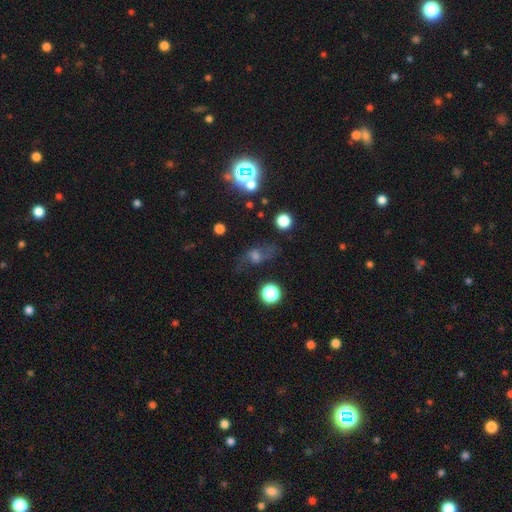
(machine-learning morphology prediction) A featured or disk galaxy (43%). Merging: none (61%).